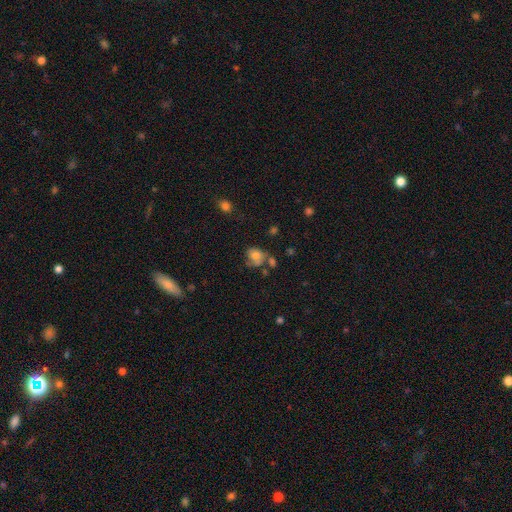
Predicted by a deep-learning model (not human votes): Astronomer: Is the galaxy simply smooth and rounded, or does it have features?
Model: smooth — 62%.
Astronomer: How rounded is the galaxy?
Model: round — 56% (runner-up: in between, 43%).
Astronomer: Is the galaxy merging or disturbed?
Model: none — 38% (runner-up: minor disturbance, 24%).